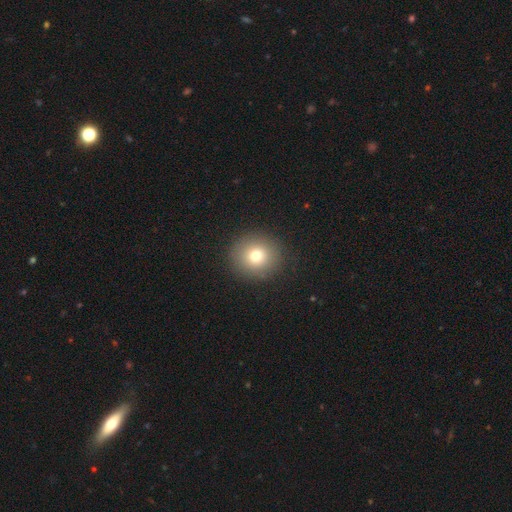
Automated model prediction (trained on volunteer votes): smooth-or-featured: smooth: 76% | star or artifact: 13% | featured or disk: 12%
  how-rounded: round: 92% | in between: 7% | cigar-shaped: 1%
  merging: none: 90% | minor disturbance: 6% | major disturbance: 3% | merger: 1%